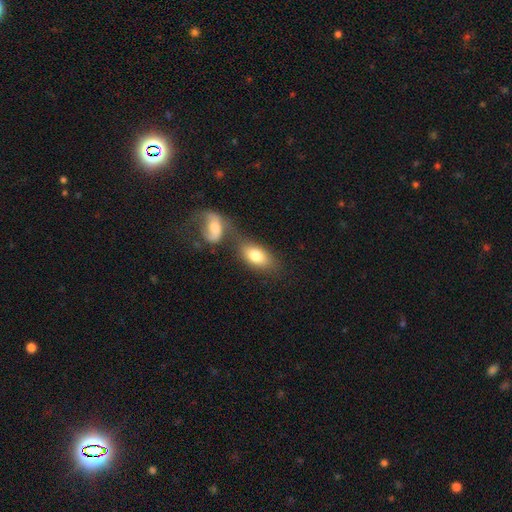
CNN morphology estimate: Smooth or featured? smooth (78%)
How rounded? in between (89%)
Merging? merger (42%)